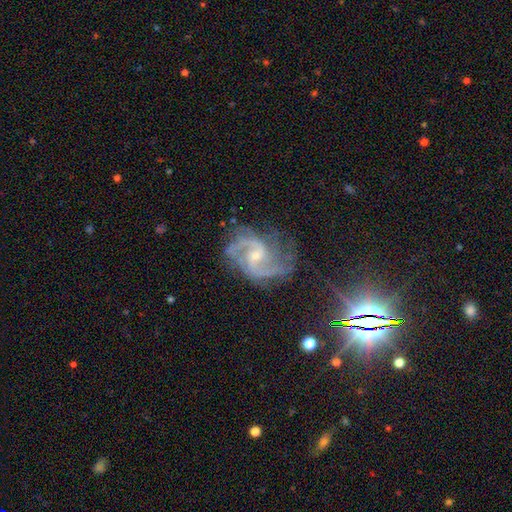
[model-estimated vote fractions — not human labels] Smooth or featured?
  - featured or disk: 89% *
  - star or artifact: 7%
  - smooth: 4%
Edge-on disk?
  - no: 98% *
  - yes: 2%
Bar?
  - weak: 46% *
  - no: 41%
  - strong: 13%
Spiral arms?
  - yes: 98% *
  - no: 2%
Spiral winding?
  - medium: 57% *
  - loose: 27%
  - tight: 17%
Spiral arm count?
  - 2: 75% *
  - 3: 9%
  - can't tell: 6%
  - 4: 3%
  - 1: 3%
  - more than 4: 3%
Bulge size?
  - small: 67% *
  - moderate: 29%
  - none: 3%
  - large: 1%
  - dominant: 1%
Merging?
  - none: 66% *
  - minor disturbance: 21%
  - major disturbance: 11%
  - merger: 2%